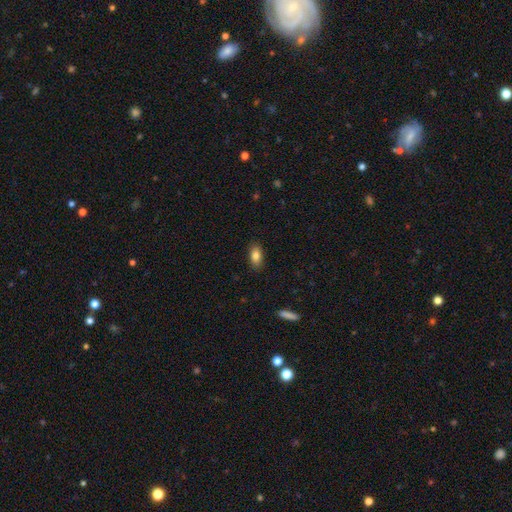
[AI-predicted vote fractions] Smooth or featured? smooth (84%)
How rounded? in between (89%)
Merging? none (88%)